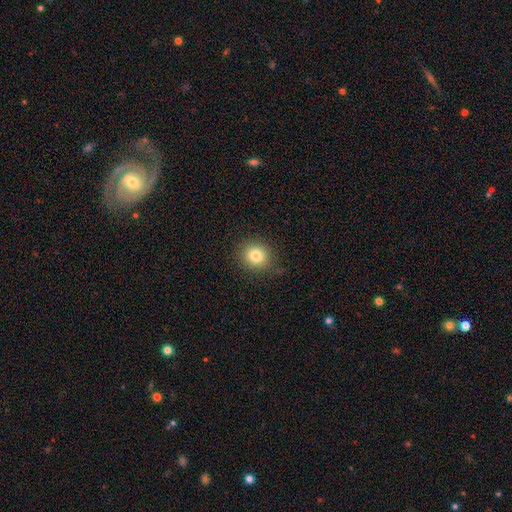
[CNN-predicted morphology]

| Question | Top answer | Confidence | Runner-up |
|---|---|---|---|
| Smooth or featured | smooth | 81% | star or artifact (12%) |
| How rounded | round | 87% | in between (12%) |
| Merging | none | 87% | minor disturbance (9%) |